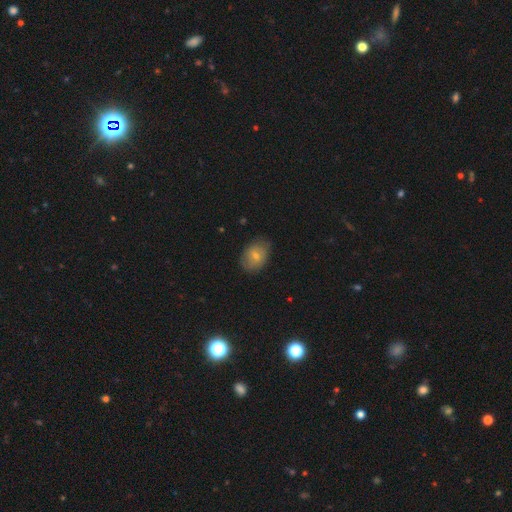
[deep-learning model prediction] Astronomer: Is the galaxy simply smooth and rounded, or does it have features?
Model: smooth — 71%.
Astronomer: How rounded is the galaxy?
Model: in between — 71%.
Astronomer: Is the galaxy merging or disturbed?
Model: none — 75%.